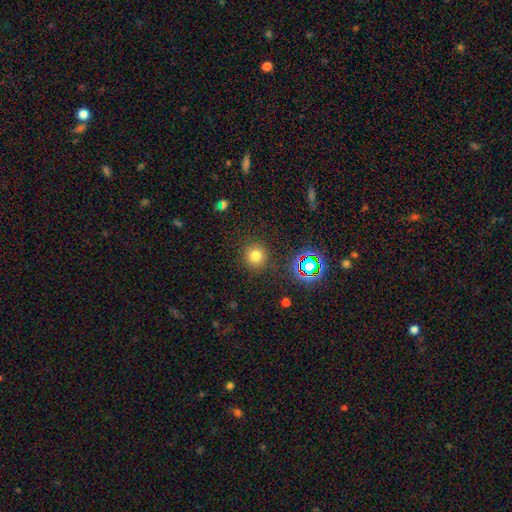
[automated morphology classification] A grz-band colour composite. It shows a smooth galaxy with no disk features (73%) that is round (92%). Merging: none (89%).